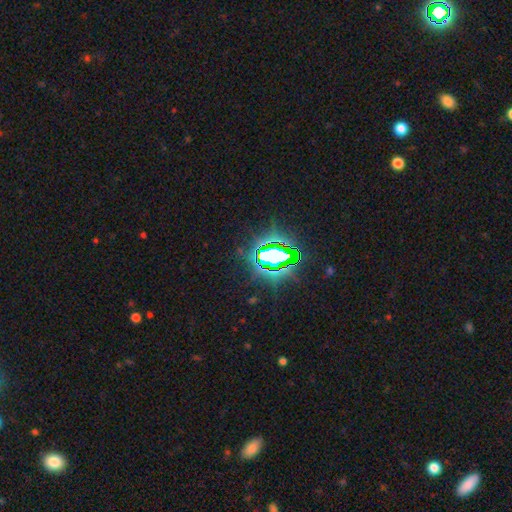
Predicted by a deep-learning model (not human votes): The model was most divided on "smooth or featured": star or artifact: 81%, smooth: 11%, featured or disk: 8%.